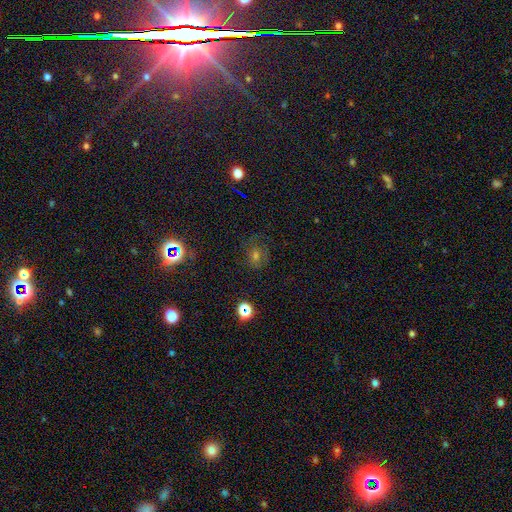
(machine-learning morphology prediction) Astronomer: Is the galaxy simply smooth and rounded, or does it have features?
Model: star or artifact — 40% (runner-up: smooth, 37%).